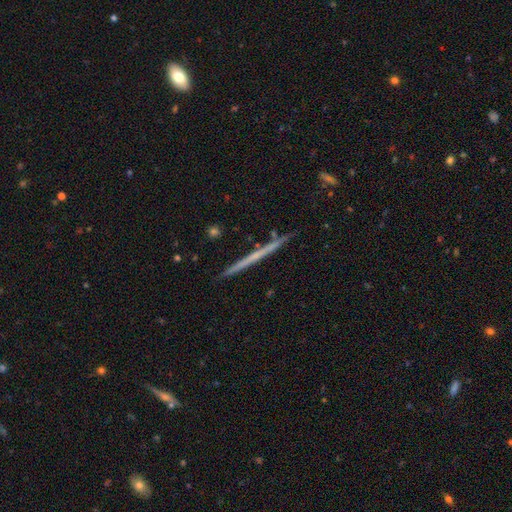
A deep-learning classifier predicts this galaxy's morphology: A featured or disk galaxy (62%) viewed edge-on (98%) with no central bulge (86%).

Vote fractions:
- Smooth or featured? featured or disk: 62% / smooth: 32% / star or artifact: 7%
- Edge-on disk? yes: 98% / no: 2%
- Edge-on bulge? none: 86% / rounded: 11% / boxy: 3%
- Merging? none: 91% / minor disturbance: 7% / merger: 1% / major disturbance: 1%